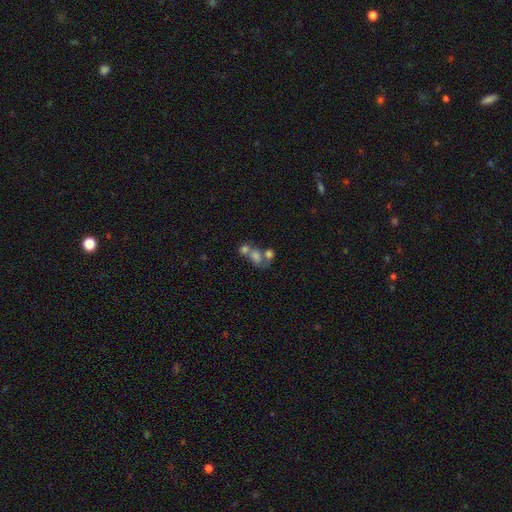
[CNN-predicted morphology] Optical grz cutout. It shows a smooth galaxy with no disk features (58%) that is in between round and cigar-shaped (55%). Merging: merger (61%).